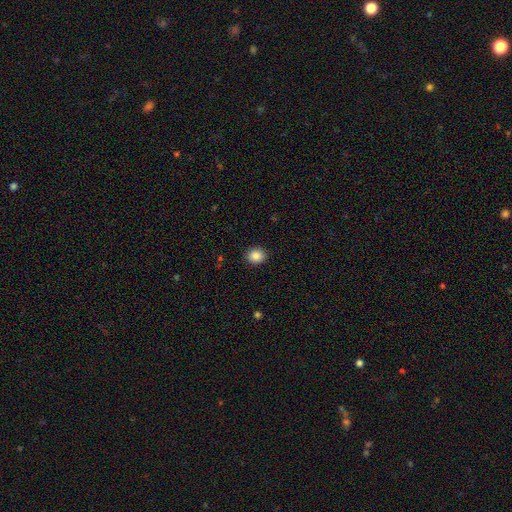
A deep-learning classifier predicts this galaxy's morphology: Q: Smooth or featured?
A: smooth (87%); runner-up: star or artifact (9%)
Q: How rounded?
A: round (70%); runner-up: in between (29%)
Q: Merging?
A: none (91%); runner-up: minor disturbance (7%)